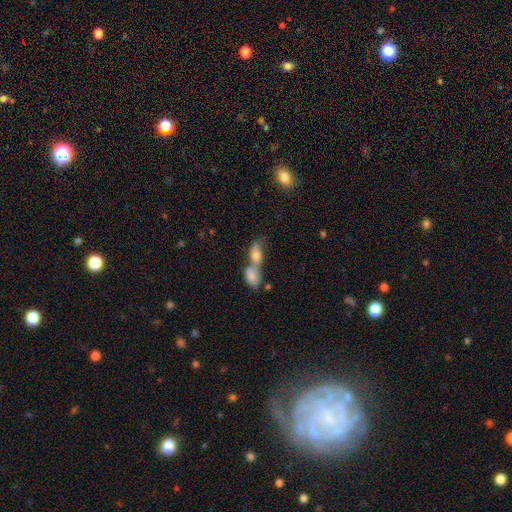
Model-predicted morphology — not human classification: A smooth galaxy with no disk features (55%) that is in between round and cigar-shaped (64%). Merging: merger (68%).